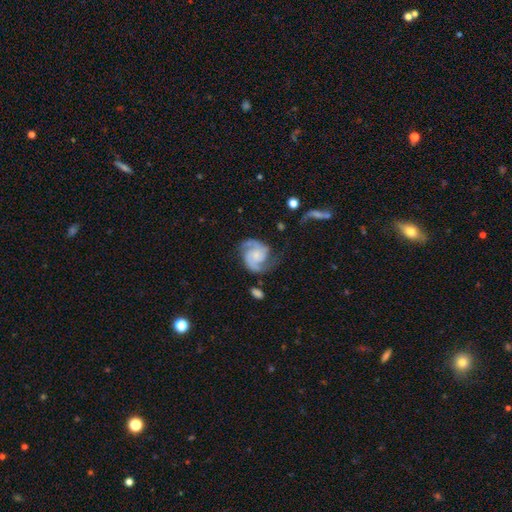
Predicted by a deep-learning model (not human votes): smooth-or-featured: featured or disk: 88% | smooth: 7% | star or artifact: 5%
  disk-edge-on: no: 98% | yes: 2%
    bar: no: 68% | weak: 26% | strong: 6%
    has-spiral-arms: yes: 98% | no: 2%
      spiral-winding: medium: 52% | tight: 33% | loose: 15%
      spiral-arm-count: 2: 88% | 3: 4% | can't tell: 3% | 1: 2% | 4: 1% | more than 4: 1%
    bulge-size: small: 58% | moderate: 23% | none: 15% | large: 3% | dominant: 1%
  merging: none: 69% | minor disturbance: 19% | major disturbance: 10% | merger: 2%